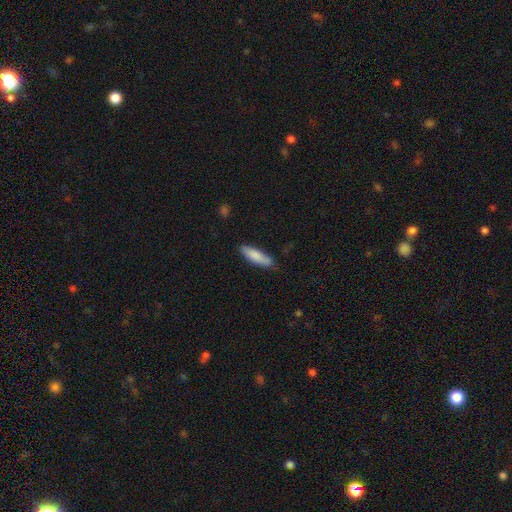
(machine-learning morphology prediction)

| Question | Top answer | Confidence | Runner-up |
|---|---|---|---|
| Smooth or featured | smooth | 84% | featured or disk (11%) |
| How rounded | cigar-shaped | 58% | in between (41%) |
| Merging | none | 81% | minor disturbance (15%) |